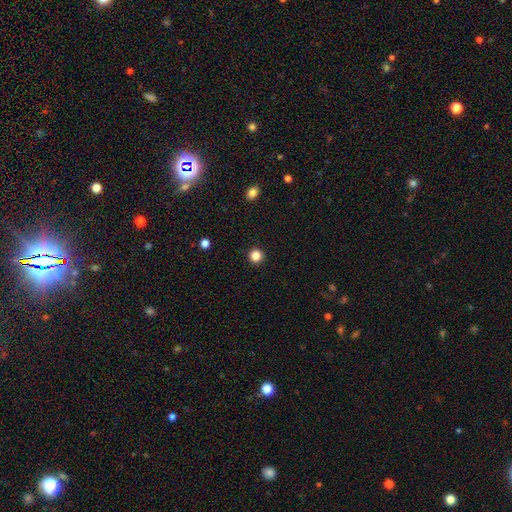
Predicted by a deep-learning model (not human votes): Q: Smooth or featured?
A: smooth (84%); runner-up: star or artifact (12%)
Q: How rounded?
A: round (96%); runner-up: in between (3%)
Q: Merging?
A: none (93%); runner-up: minor disturbance (4%)